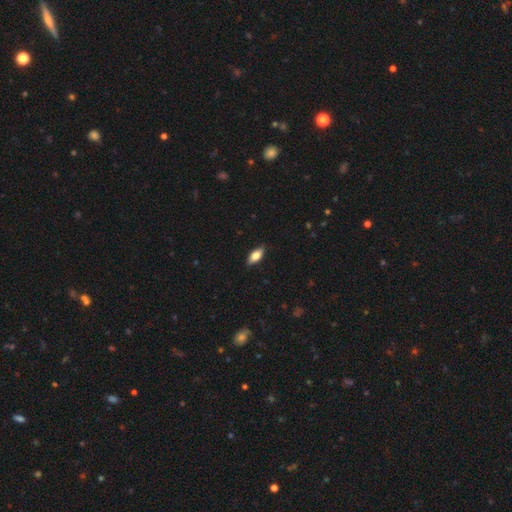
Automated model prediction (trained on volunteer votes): A smooth galaxy with no disk features (70%) that is in between round and cigar-shaped (81%). Merging: none (87%).